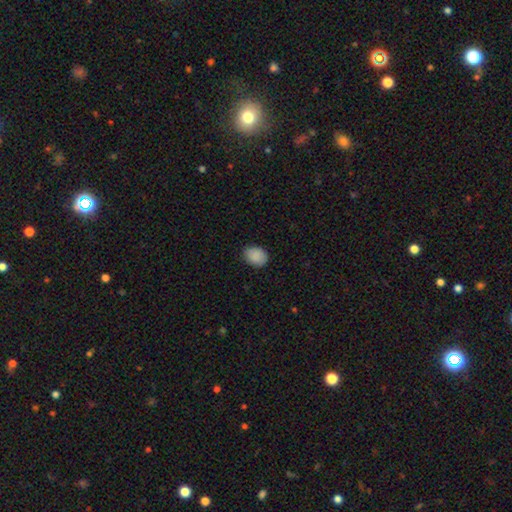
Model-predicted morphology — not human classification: type=smooth (89%); roundness=in between (54%); merging=none (84%).